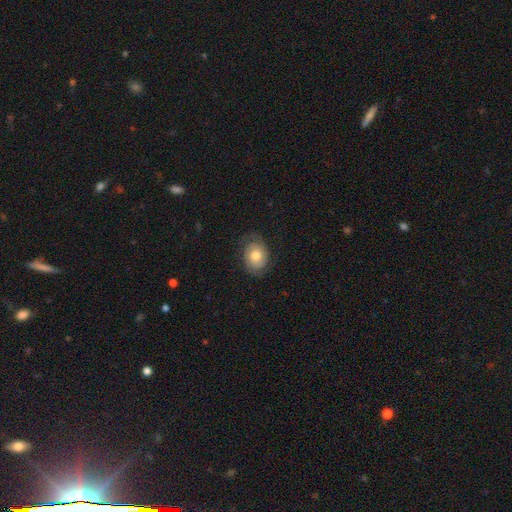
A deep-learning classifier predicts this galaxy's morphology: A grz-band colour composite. It shows a featured or disk galaxy (53%) with no bar (81%), spiral arms (82%) and a moderate central bulge (73%). Merging: none (73%).